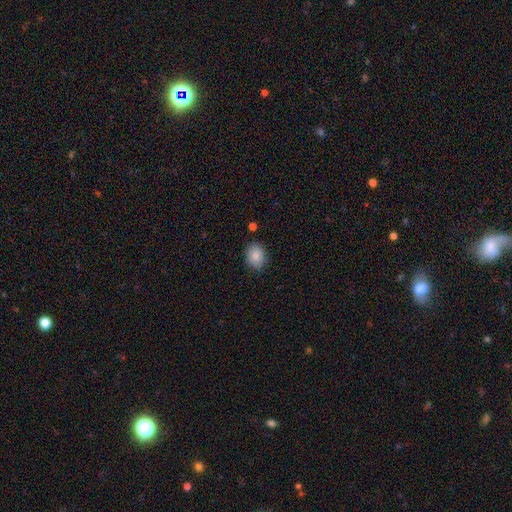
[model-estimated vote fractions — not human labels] Overall: smooth (86%). How rounded: in between (53%; round 46%). Merging: none (83%).